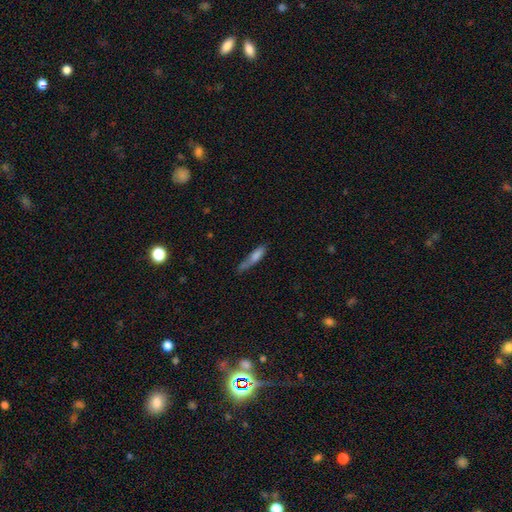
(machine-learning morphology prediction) smooth_or_featured: smooth (p=0.70) [alt: featured or disk p=0.21]
how_rounded: cigar-shaped (p=0.75) [alt: in between p=0.23]
merging: none (p=0.44) [alt: minor disturbance p=0.31]